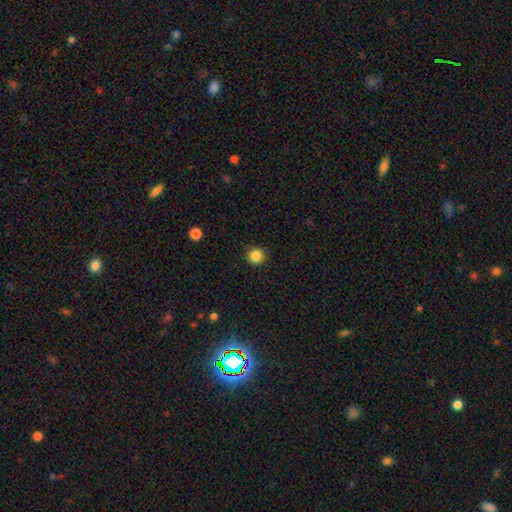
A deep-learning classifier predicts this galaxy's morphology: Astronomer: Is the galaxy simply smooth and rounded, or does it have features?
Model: smooth — 85%.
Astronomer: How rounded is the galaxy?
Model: round — 95%.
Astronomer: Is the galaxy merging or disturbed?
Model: none — 91%.